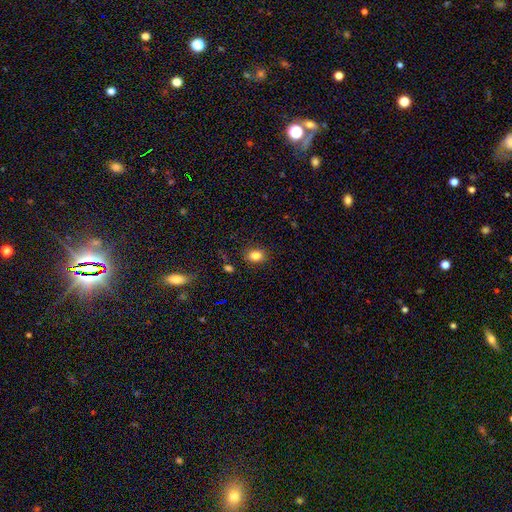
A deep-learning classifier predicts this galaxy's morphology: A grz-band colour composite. It shows a smooth galaxy with no disk features (84%) that is in between round and cigar-shaped (62%). Merging: none (85%).